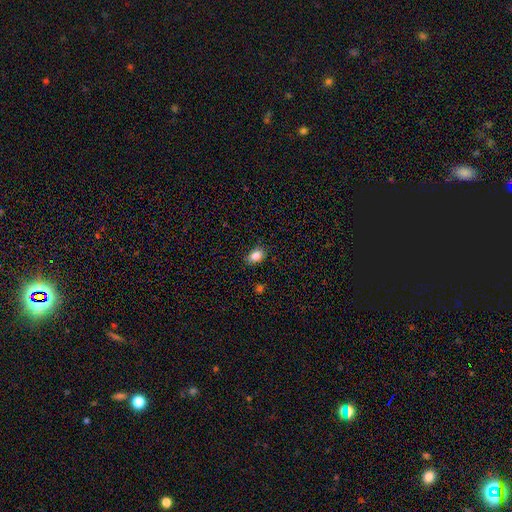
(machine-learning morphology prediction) A smooth galaxy with no disk features (84%) that is in between round and cigar-shaped (80%).

Vote fractions:
- Smooth or featured? smooth: 84% / star or artifact: 9% / featured or disk: 7%
- How rounded? in between: 80% / round: 19% / cigar-shaped: 1%
- Merging? none: 85% / minor disturbance: 12% / major disturbance: 2% / merger: 1%